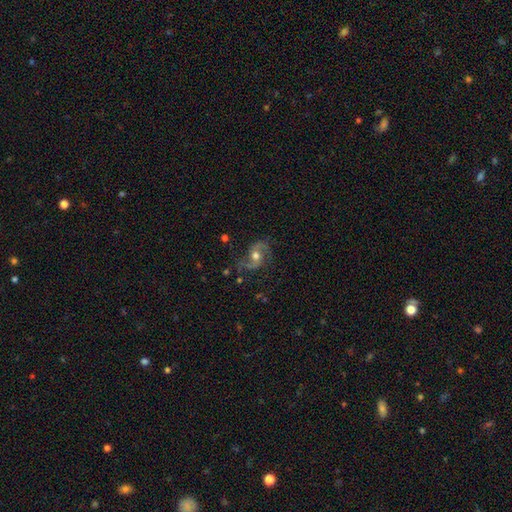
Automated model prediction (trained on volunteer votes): Smooth or featured?
  - featured or disk: 84% *
  - smooth: 8%
  - star or artifact: 8%
Edge-on disk?
  - no: 97% *
  - yes: 3%
Bar?
  - no: 57% *
  - weak: 31%
  - strong: 11%
Spiral arms?
  - yes: 95% *
  - no: 5%
Spiral winding?
  - loose: 45% * (tied)
  - medium: 45% * (tied)
  - tight: 10%
Spiral arm count?
  - 2: 92% *
  - can't tell: 2%
  - 1: 2%
  - 3: 1%
  - 4: 1%
  - more than 4: 1%
Bulge size?
  - moderate: 72% *
  - small: 13%
  - large: 13%
  - none: 1%
  - dominant: 1%
Merging?
  - none: 73% *
  - minor disturbance: 16%
  - major disturbance: 9%
  - merger: 2%